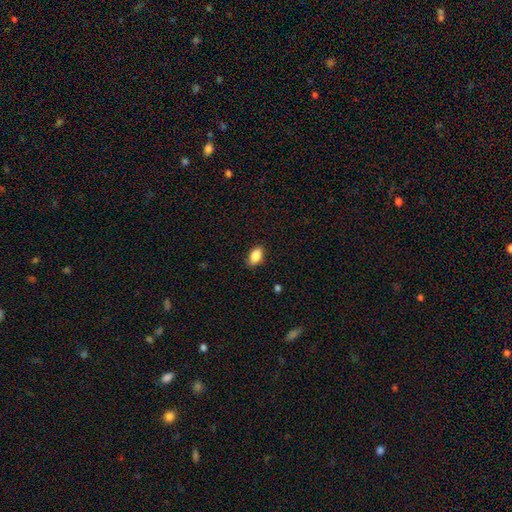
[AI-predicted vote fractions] Smooth or featured? smooth (88%)
How rounded? in between (90%)
Merging? none (84%)